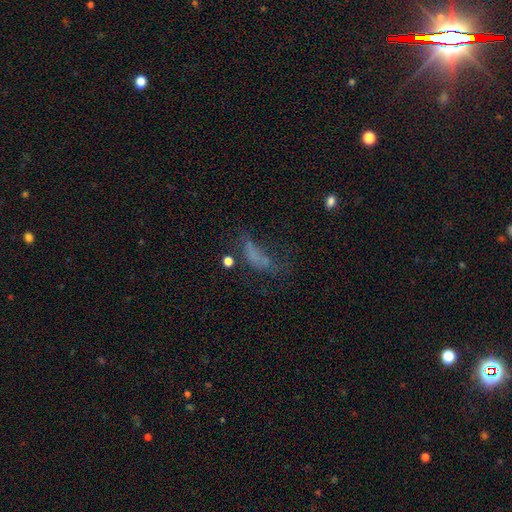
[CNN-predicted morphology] type=smooth (46%); merging=major disturbance (44%).